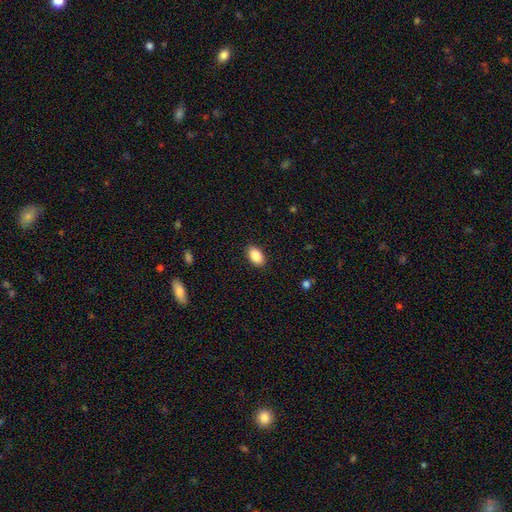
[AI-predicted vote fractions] Morphology: type=smooth (88%); roundness=in between (92%); merging=none (89%).